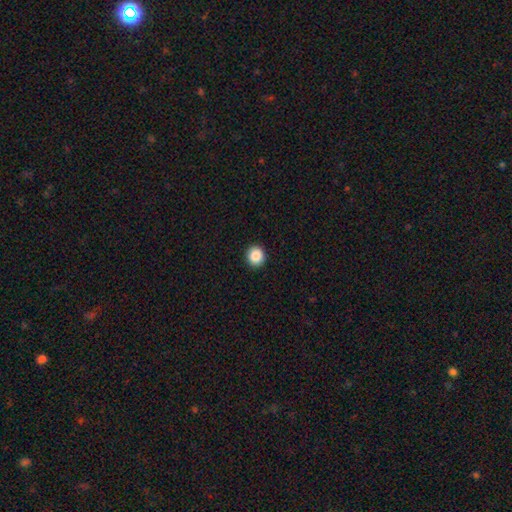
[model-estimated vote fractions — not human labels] A smooth galaxy with no disk features (87%) that is round (85%).

Vote fractions:
- Smooth or featured? smooth: 87% / star or artifact: 9% / featured or disk: 4%
- How rounded? round: 85% / in between: 14% / cigar-shaped: 1%
- Merging? none: 93% / minor disturbance: 4% / major disturbance: 1% / merger: 1%